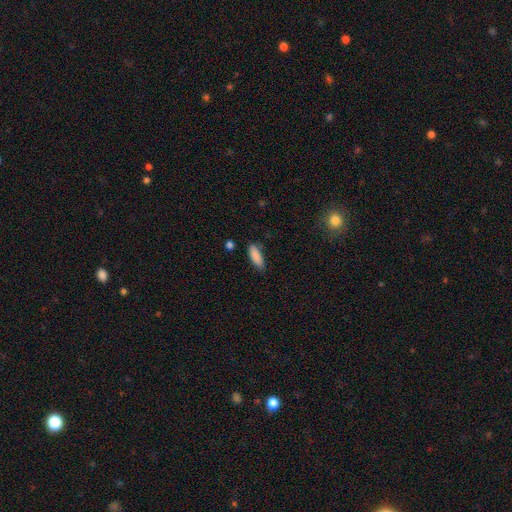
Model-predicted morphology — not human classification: Smooth or featured?
  - smooth: 87% *
  - star or artifact: 7%
  - featured or disk: 5%
How rounded?
  - in between: 62% *
  - cigar-shaped: 36%
  - round: 2%
Merging?
  - none: 74% *
  - minor disturbance: 20%
  - major disturbance: 4%
  - merger: 3%